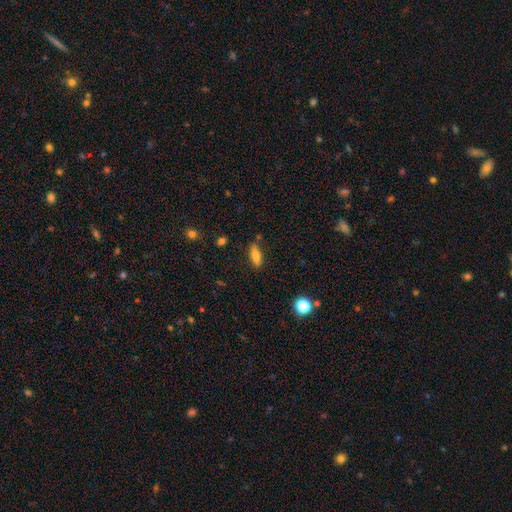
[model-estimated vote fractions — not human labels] Smooth or featured?
  - smooth: 76% *
  - featured or disk: 15%
  - star or artifact: 9%
How rounded?
  - in between: 69% *
  - cigar-shaped: 28%
  - round: 3%
Merging?
  - none: 76% *
  - minor disturbance: 16%
  - merger: 4%
  - major disturbance: 3%